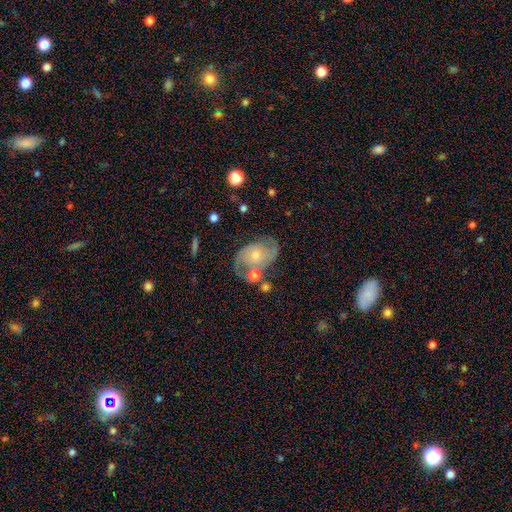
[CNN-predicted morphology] smooth_or_featured: featured or disk (p=0.70) [alt: smooth p=0.23]
disk_edge_on: no (p=0.97) [alt: yes p=0.03]
bar: no (p=0.69) [alt: weak p=0.27]
has_spiral_arms: yes (p=0.86) [alt: no p=0.14]
spiral_winding: medium (p=0.48) [alt: tight p=0.30]
spiral_arm_count: 2 (p=0.79) [alt: can't tell p=0.12]
bulge_size: small (p=0.51) [alt: moderate p=0.38]
merging: none (p=0.56) [alt: minor disturbance p=0.21]